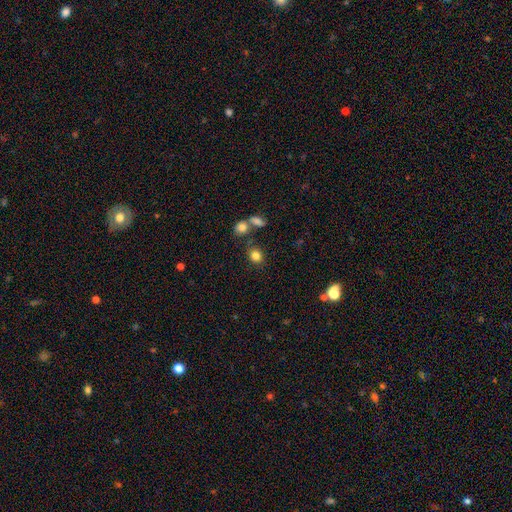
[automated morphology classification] Overall: smooth (83%). How rounded: round (59%; in between 40%). Merging: none (73%).